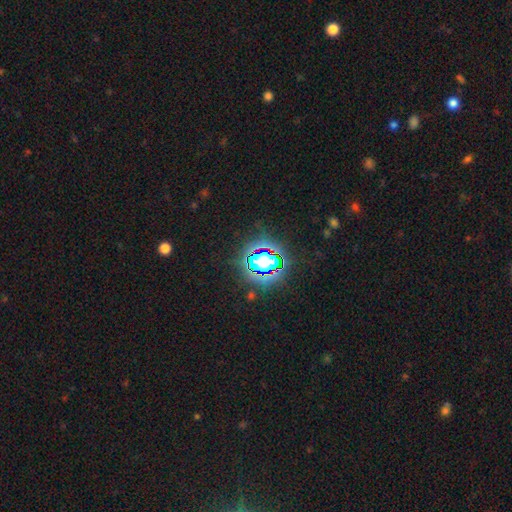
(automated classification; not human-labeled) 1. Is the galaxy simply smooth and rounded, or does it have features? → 77% star or artifact, 14% smooth, 9% featured or disk.